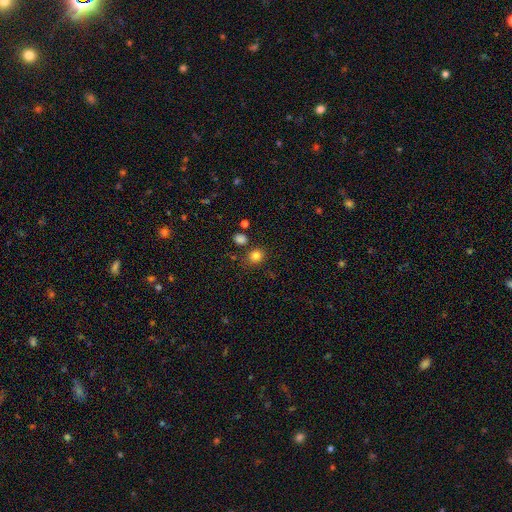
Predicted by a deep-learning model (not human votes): A smooth galaxy with no disk features (82%) that is round (72%). Merging: none (77%).